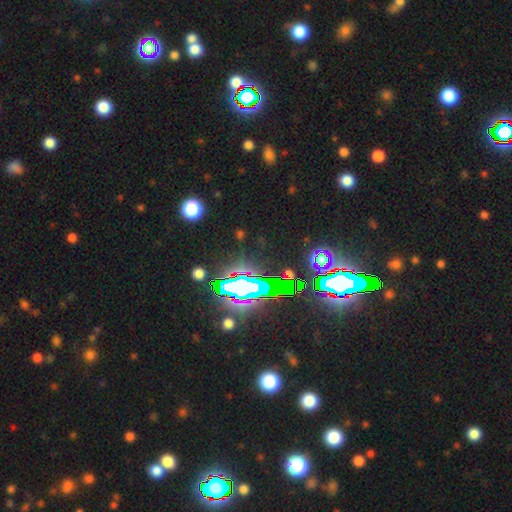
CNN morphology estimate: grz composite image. It shows a star or artifact, not a galaxy (82%).